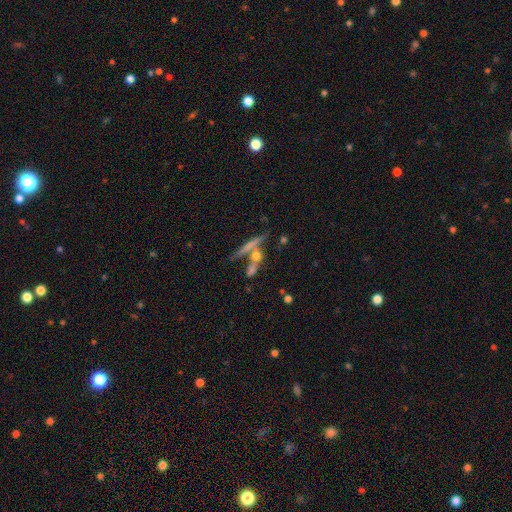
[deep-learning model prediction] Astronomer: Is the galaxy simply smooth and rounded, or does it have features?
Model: smooth — 46% (runner-up: featured or disk, 43%).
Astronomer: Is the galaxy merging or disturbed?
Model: none — 52% (runner-up: merger, 31%).